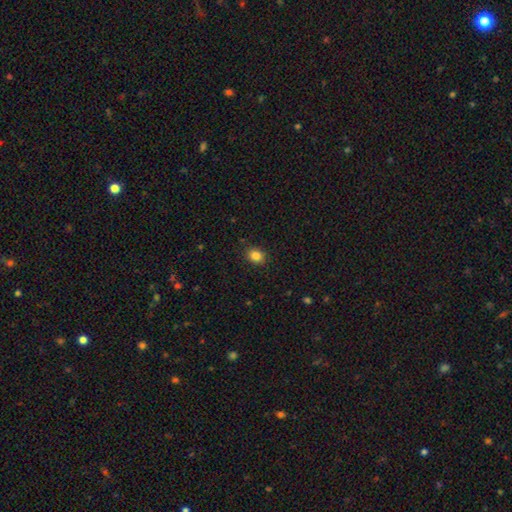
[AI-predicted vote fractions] Smooth or featured? Predicted: smooth (p=0.85). How rounded? Predicted: round (p=0.60). Merging? Predicted: none (p=0.88).